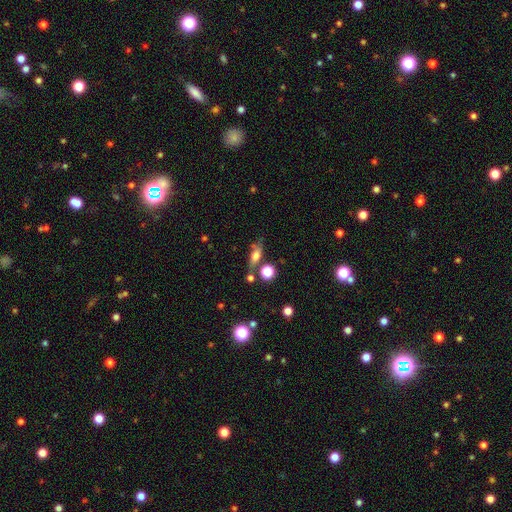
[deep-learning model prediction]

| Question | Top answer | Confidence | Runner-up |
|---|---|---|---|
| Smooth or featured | smooth | 54% | featured or disk (32%) |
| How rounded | in between | 54% | cigar-shaped (32%) |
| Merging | none | 62% | minor disturbance (18%) |